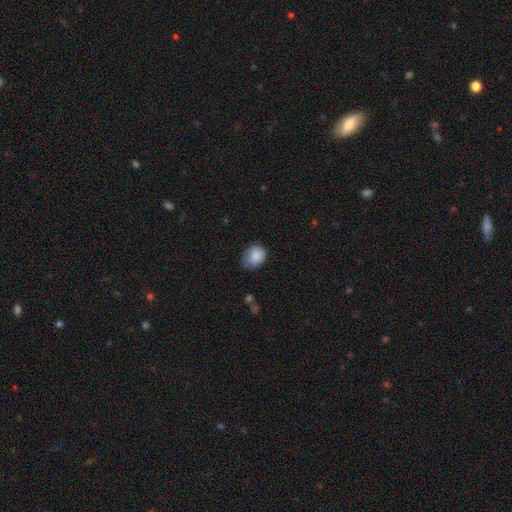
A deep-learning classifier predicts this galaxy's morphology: The model was most divided on "how rounded": in between: 50%, round: 49%, cigar-shaped: 1%. More confident: smooth or featured — smooth (86%); merging — none (59%).